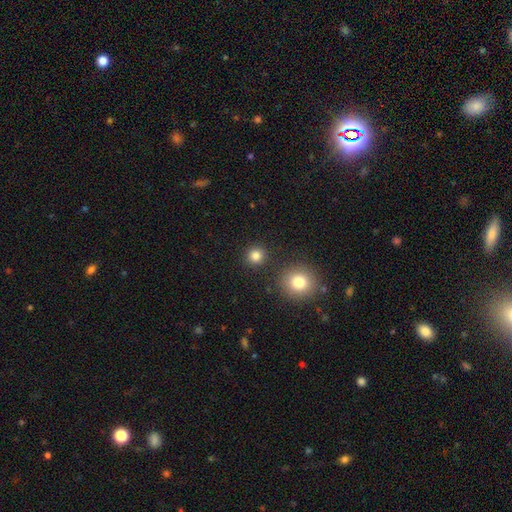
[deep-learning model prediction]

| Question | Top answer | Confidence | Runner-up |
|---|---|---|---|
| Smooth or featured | smooth | 82% | star or artifact (13%) |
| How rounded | round | 92% | in between (7%) |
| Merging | none | 88% | minor disturbance (6%) |